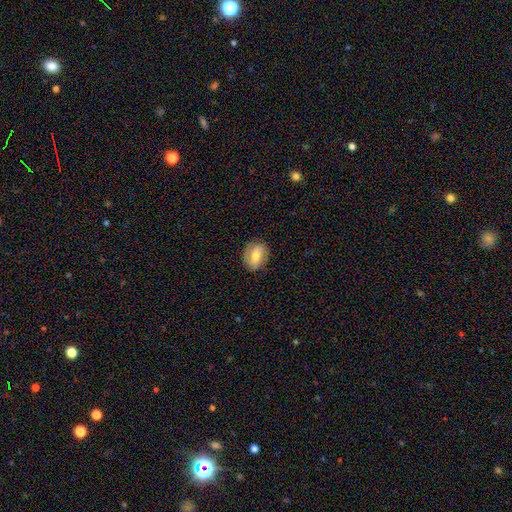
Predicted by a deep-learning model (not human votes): smooth_or_featured: smooth (p=0.61) [alt: featured or disk p=0.31]
how_rounded: in between (p=0.67) [alt: round p=0.31]
merging: none (p=0.82) [alt: minor disturbance p=0.13]